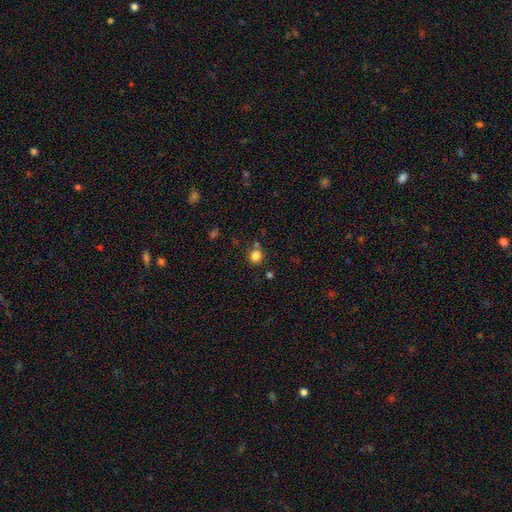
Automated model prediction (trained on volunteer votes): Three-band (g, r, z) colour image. It shows a smooth galaxy with no disk features (83%) that is round (90%). Merging: none (74%).